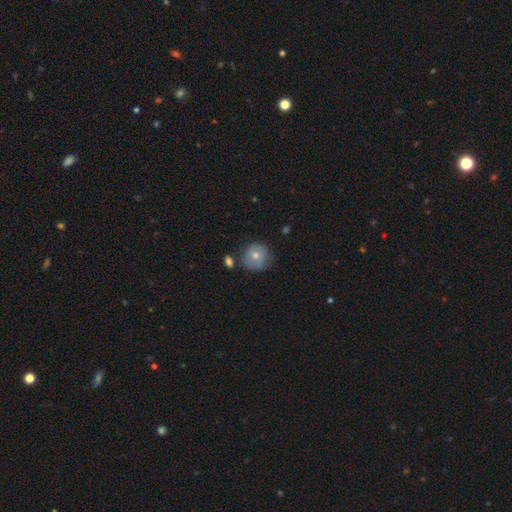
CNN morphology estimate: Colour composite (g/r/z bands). It shows a smooth galaxy with no disk features (70%) that is round (88%). Merging: none (66%).